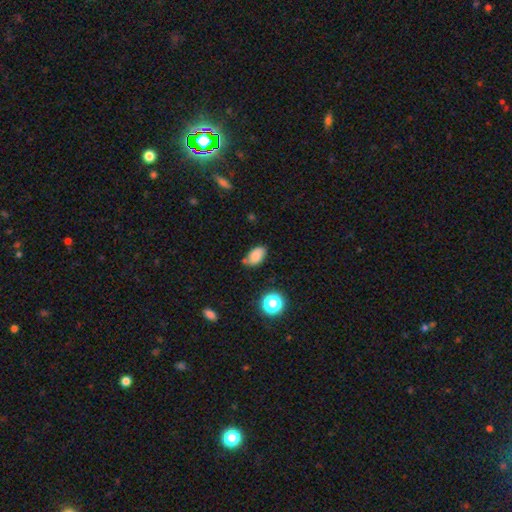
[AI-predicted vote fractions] smooth_or_featured: smooth (p=0.81) [alt: star or artifact p=0.11]
how_rounded: in between (p=0.89) [alt: round p=0.09]
merging: none (p=0.67) [alt: minor disturbance p=0.22]